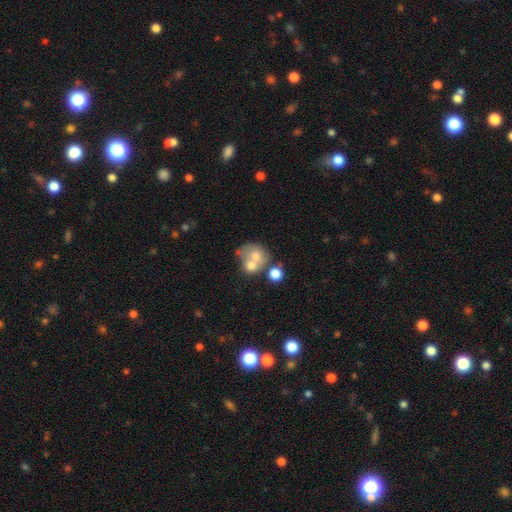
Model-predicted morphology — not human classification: A smooth galaxy with no disk features (60%) that is round (64%). Merging: merger (60%).